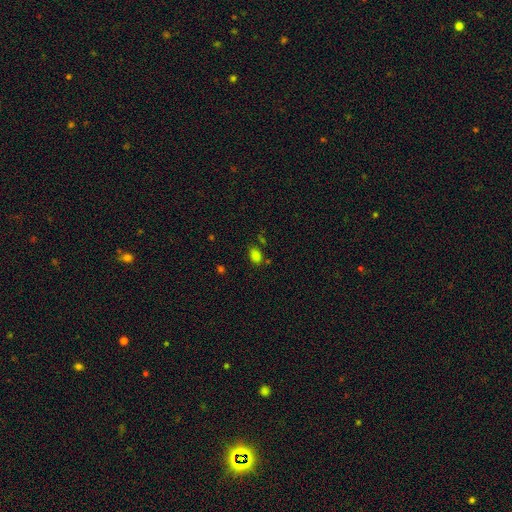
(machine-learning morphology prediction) Smooth or featured: smooth — 79% (star or artifact — 16%)
How rounded: in between — 81% (round — 17%)
Merging: none — 75% (minor disturbance — 15%)